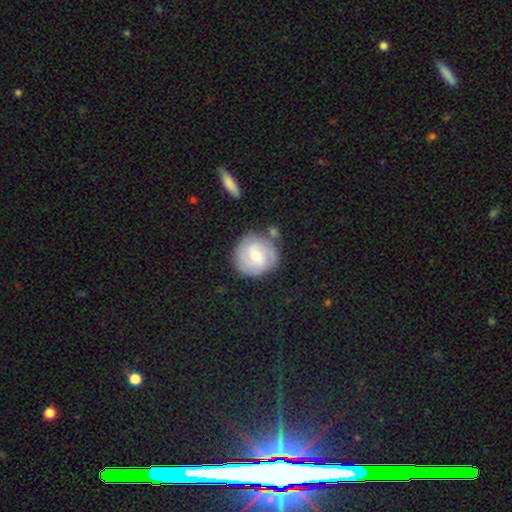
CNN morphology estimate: Smooth or featured: featured or disk — 68% (smooth — 26%)
Edge-on disk: no — 97% (yes — 3%)
Bar: weak — 49% (no — 41%)
Spiral arms: yes — 92% (no — 8%)
Spiral winding: tight — 62% (medium — 30%)
Spiral arm count: 2 — 44% (can't tell — 24%)
Bulge size: moderate — 49% (small — 47%)
Merging: none — 77% (minor disturbance — 14%)